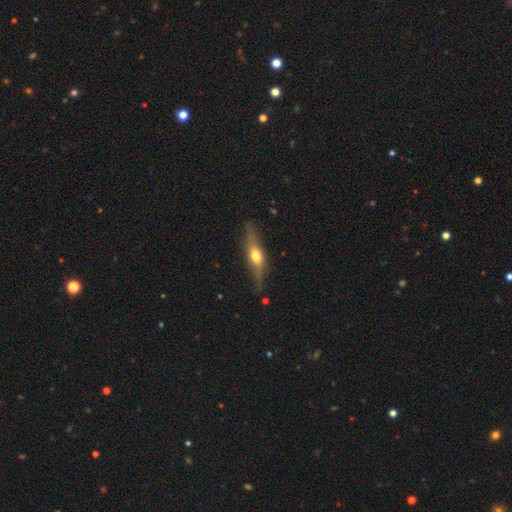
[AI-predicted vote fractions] A featured or disk galaxy (54%) viewed edge-on (81%).

Vote fractions:
- Smooth or featured? featured or disk: 54% / smooth: 40% / star or artifact: 6%
- Edge-on disk? yes: 81% / no: 19%
- Merging? none: 73% / minor disturbance: 19% / major disturbance: 5% / merger: 2%